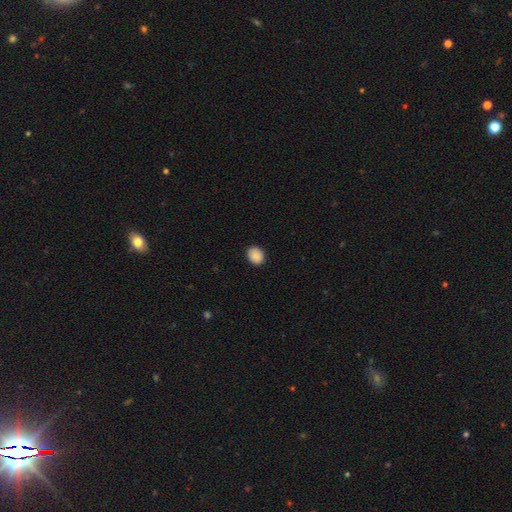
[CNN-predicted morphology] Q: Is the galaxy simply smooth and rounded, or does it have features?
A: smooth — 89%.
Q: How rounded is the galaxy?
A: round — 60%.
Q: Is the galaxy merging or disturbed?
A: none — 88%.